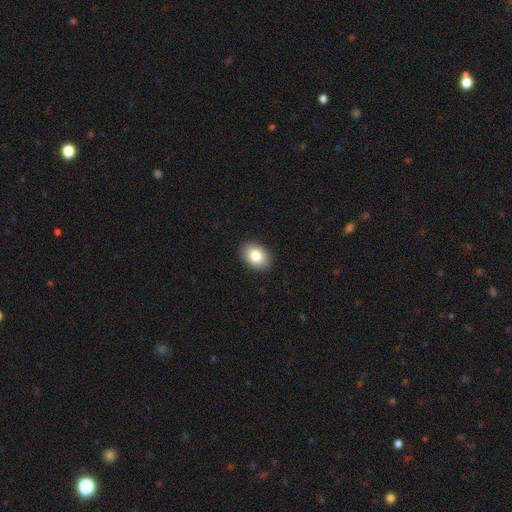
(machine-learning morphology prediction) Smooth or featured?
  - smooth: 83% *
  - featured or disk: 9%
  - star or artifact: 8%
How rounded?
  - in between: 77% *
  - round: 22%
  - cigar-shaped: 1%
Merging?
  - none: 91% *
  - minor disturbance: 7%
  - major disturbance: 2%
  - merger: 1%